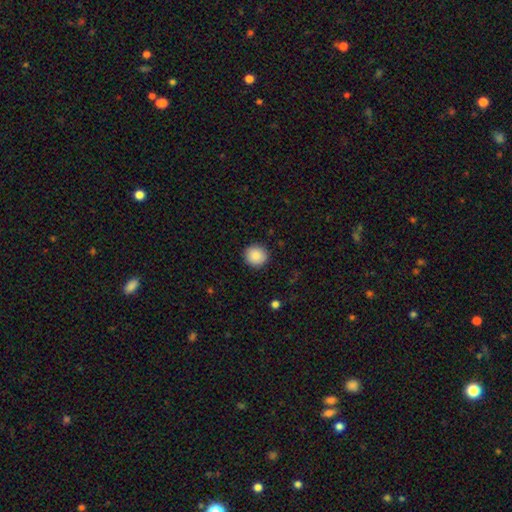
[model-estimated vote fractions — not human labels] smooth 88%, star or artifact 8%, featured or disk 4%. Down the decision tree: how rounded — round (92%); merging — none (92%).